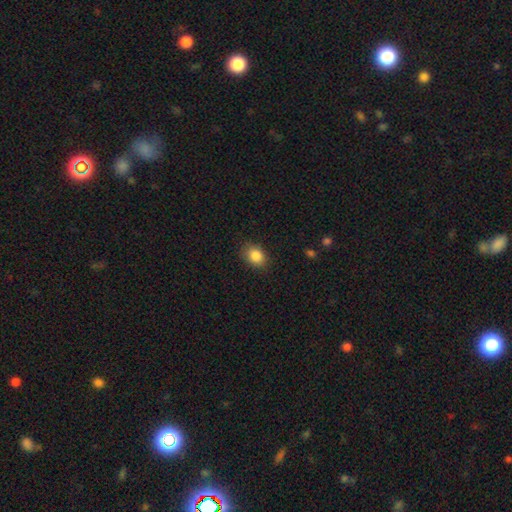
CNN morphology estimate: The model was most divided on "how rounded": in between: 63%, round: 36%, cigar-shaped: 1%. More confident: smooth or featured — smooth (86%); merging — none (84%).